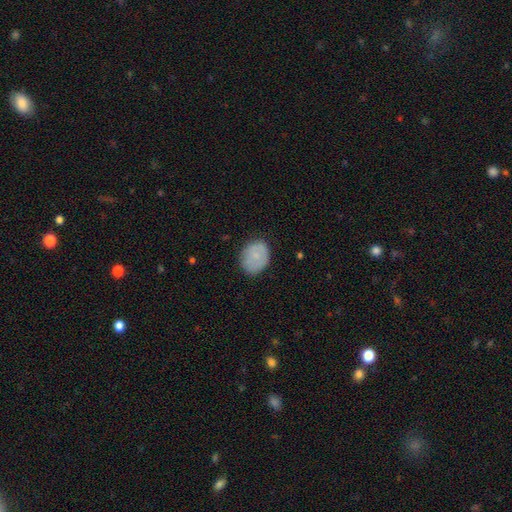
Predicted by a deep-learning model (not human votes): Smooth or featured?
  - smooth: 77% *
  - featured or disk: 16%
  - star or artifact: 7%
How rounded?
  - round: 50% *
  - in between: 49%
  - cigar-shaped: 1%
Merging?
  - none: 80% *
  - minor disturbance: 16%
  - major disturbance: 4%
  - merger: 1%